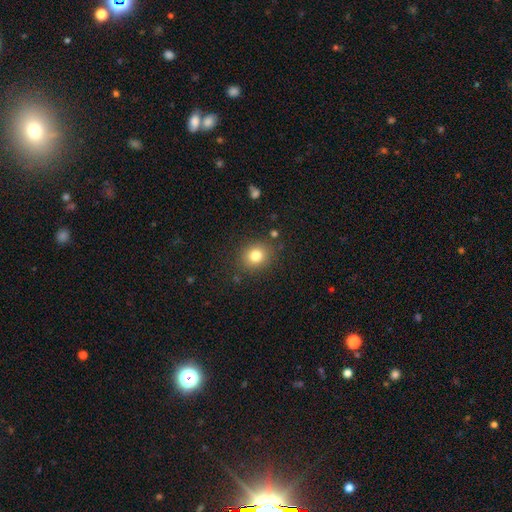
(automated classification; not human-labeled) Smooth or featured?
  - smooth: 80% *
  - star or artifact: 12%
  - featured or disk: 8%
How rounded?
  - round: 73% *
  - in between: 27%
  - cigar-shaped: 1%
Merging?
  - none: 85% *
  - minor disturbance: 10%
  - major disturbance: 3%
  - merger: 2%